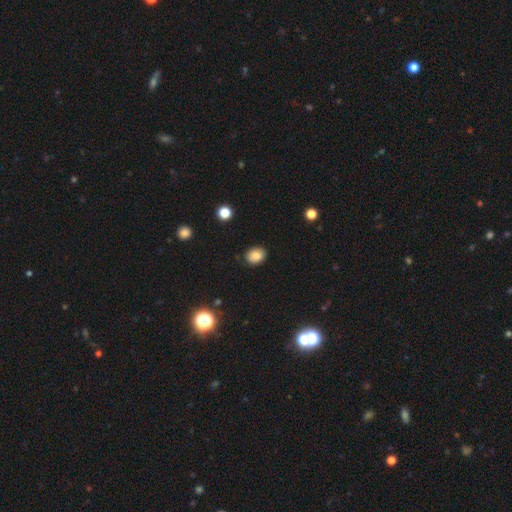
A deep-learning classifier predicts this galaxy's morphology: smooth-or-featured: smooth: 86% | star or artifact: 10% | featured or disk: 5%
  how-rounded: in between: 60% | round: 39% | cigar-shaped: 1%
  merging: none: 86% | minor disturbance: 11% | major disturbance: 2% | merger: 1%